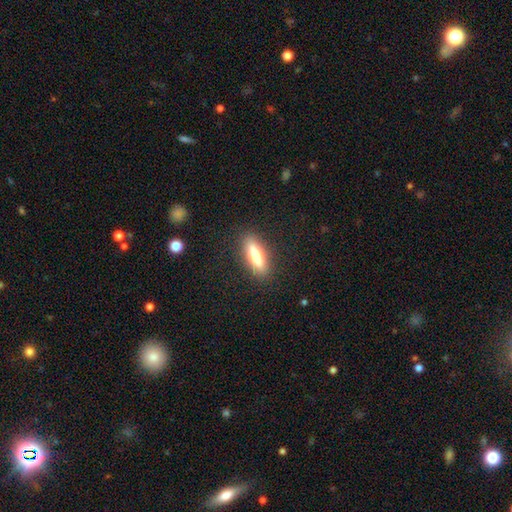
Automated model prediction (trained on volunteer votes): Smooth or featured: smooth — 68% (featured or disk — 25%)
How rounded: cigar-shaped — 51% (in between — 47%)
Merging: none — 88% (minor disturbance — 8%)